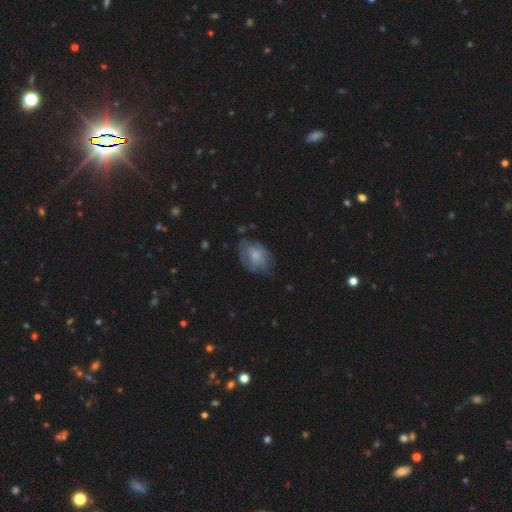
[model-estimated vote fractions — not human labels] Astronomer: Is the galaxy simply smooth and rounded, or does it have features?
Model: smooth — 59%.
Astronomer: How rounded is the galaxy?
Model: in between — 80%.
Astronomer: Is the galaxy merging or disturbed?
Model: none — 53% (runner-up: minor disturbance, 31%).